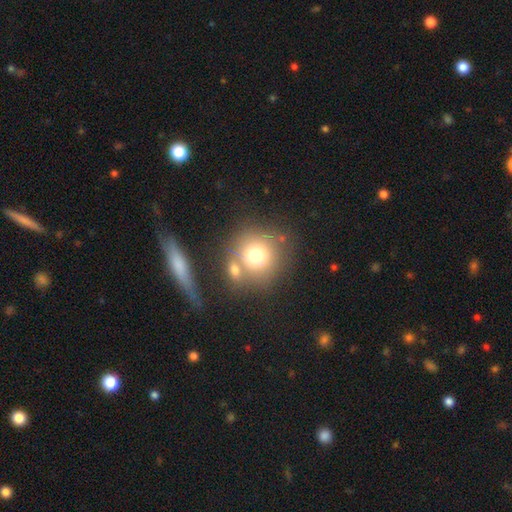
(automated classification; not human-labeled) smooth 73%, featured or disk 17%, star or artifact 10%. Down the decision tree: how rounded — round (88%); merging — none (54%).